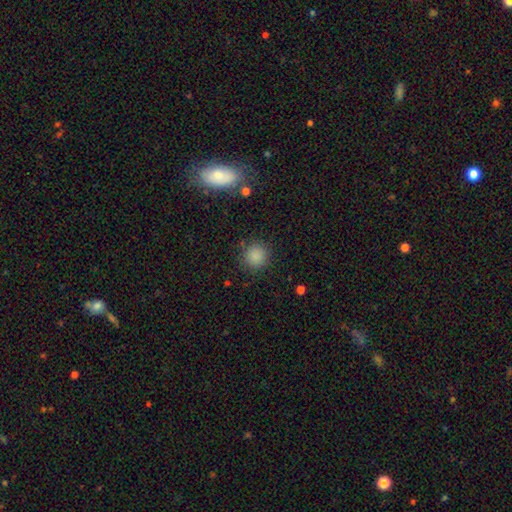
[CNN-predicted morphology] Smooth or featured? smooth (85%)
How rounded? round (93%)
Merging? none (87%)